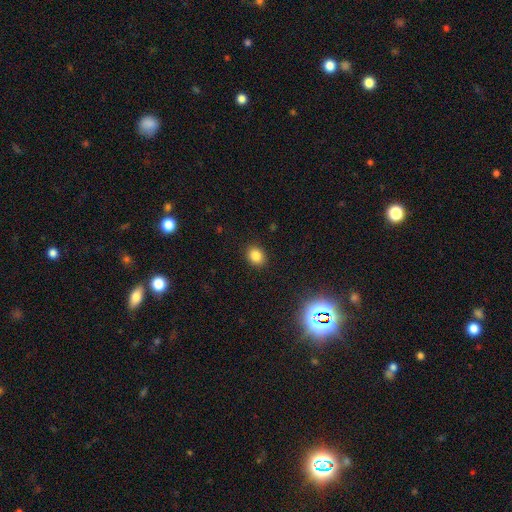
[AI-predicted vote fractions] smooth-or-featured: smooth: 83% | star or artifact: 12% | featured or disk: 5%
  how-rounded: round: 55% | in between: 44% | cigar-shaped: 1%
  merging: none: 89% | minor disturbance: 7% | major disturbance: 2% | merger: 1%